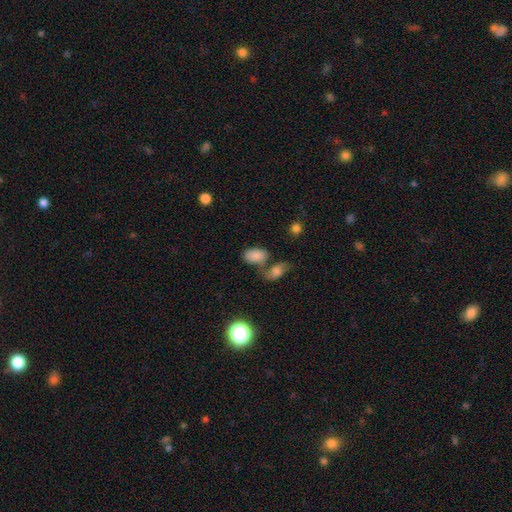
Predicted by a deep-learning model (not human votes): A smooth galaxy with no disk features (81%) that is in between round and cigar-shaped (91%).

Vote fractions:
- Smooth or featured? smooth: 81% / star or artifact: 10% / featured or disk: 9%
- How rounded? in between: 91% / round: 7% / cigar-shaped: 2%
- Merging? none: 43% / merger: 36% / minor disturbance: 14% / major disturbance: 7%